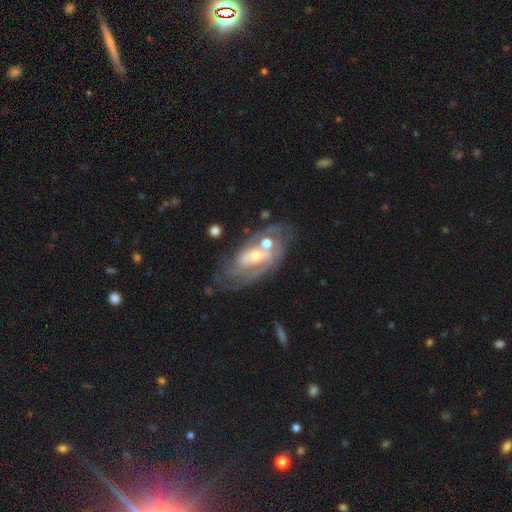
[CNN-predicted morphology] A featured or disk galaxy (84%) with no bar (49%), 2 (36%) tight (53%) spiral arms (91%) and a small central bulge (47%, tied with moderate).

Vote fractions:
- Smooth or featured? featured or disk: 84% / smooth: 10% / star or artifact: 7%
- Edge-on disk? no: 94% / yes: 6%
- Bar? no: 49% / weak: 35% / strong: 16%
- Spiral arms? yes: 91% / no: 9%
- Spiral winding? tight: 53% / medium: 35% / loose: 11%
- Spiral arm count? 2: 36% / can't tell: 32% / 3: 17% / 4: 6% / 1: 5% / more than 4: 4%
- Bulge size? small: 47% (tied) / moderate: 47% (tied) / large: 4% / none: 2% / dominant: 1%
- Merging? none: 50% / merger: 19% / minor disturbance: 18% / major disturbance: 13%